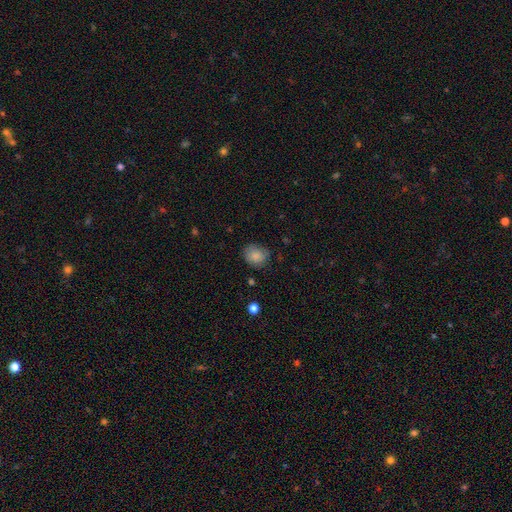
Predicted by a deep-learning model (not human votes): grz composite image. It shows a smooth galaxy with no disk features (85%) that is round (65%). Merging: none (76%).